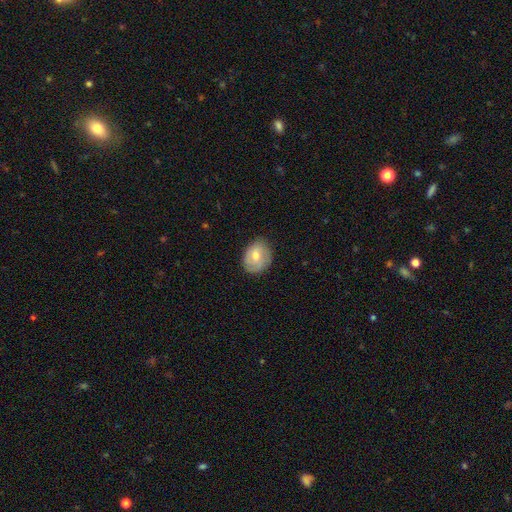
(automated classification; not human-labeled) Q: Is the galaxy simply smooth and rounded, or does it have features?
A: smooth — 57%.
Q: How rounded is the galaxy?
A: in between — 51%.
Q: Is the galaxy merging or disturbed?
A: none — 78%.